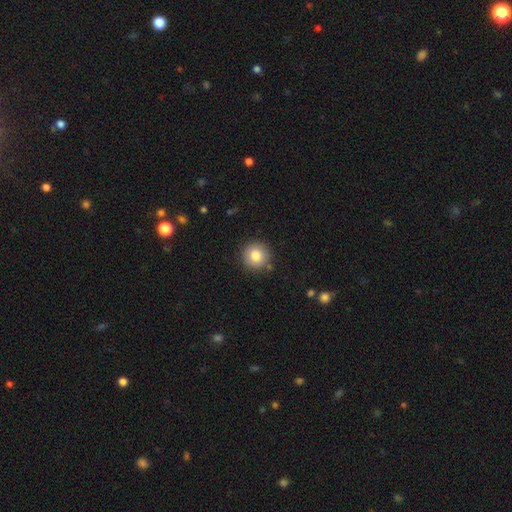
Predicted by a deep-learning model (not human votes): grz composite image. It shows a smooth galaxy with no disk features (82%) that is round (95%). Merging: none (88%).